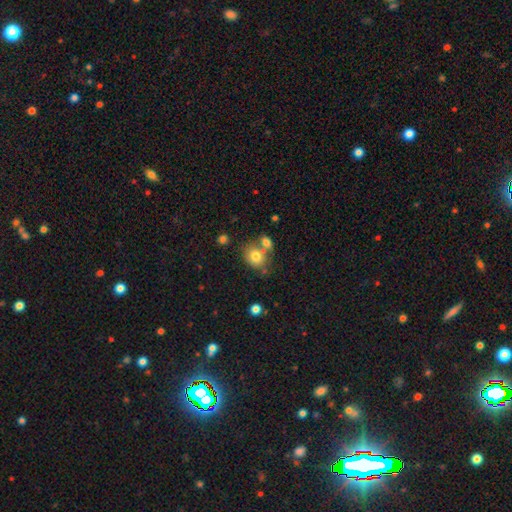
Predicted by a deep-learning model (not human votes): Overall: smooth (76%). How rounded: round (62%; in between 37%). Merging: none (50%; merger 33%).